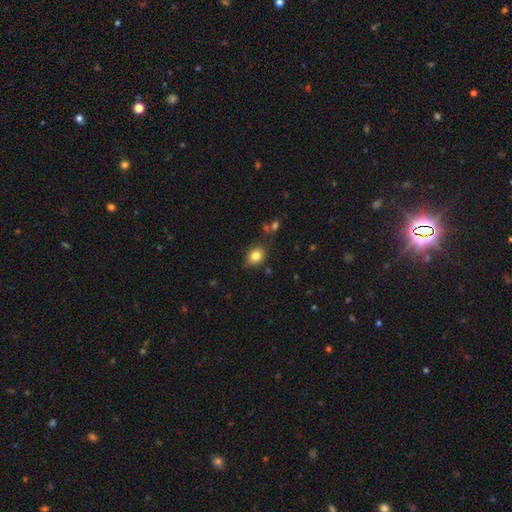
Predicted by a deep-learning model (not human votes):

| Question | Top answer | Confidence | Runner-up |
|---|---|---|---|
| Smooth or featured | smooth | 82% | star or artifact (10%) |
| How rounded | in between | 54% | round (45%) |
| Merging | none | 77% | minor disturbance (17%) |